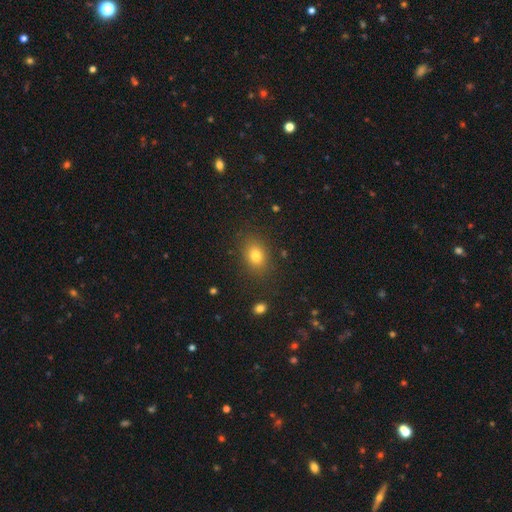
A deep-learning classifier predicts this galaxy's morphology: Smooth or featured: smooth — 78% (star or artifact — 13%)
How rounded: in between — 68% (round — 30%)
Merging: none — 85% (minor disturbance — 10%)